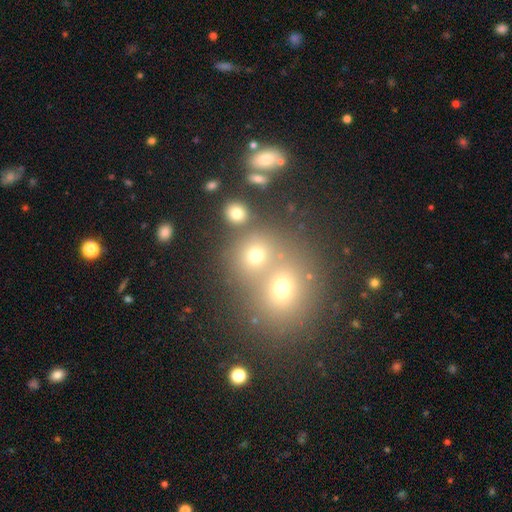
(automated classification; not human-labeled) Smooth or featured? smooth (73%)
How rounded? round (81%)
Merging? none (50%)